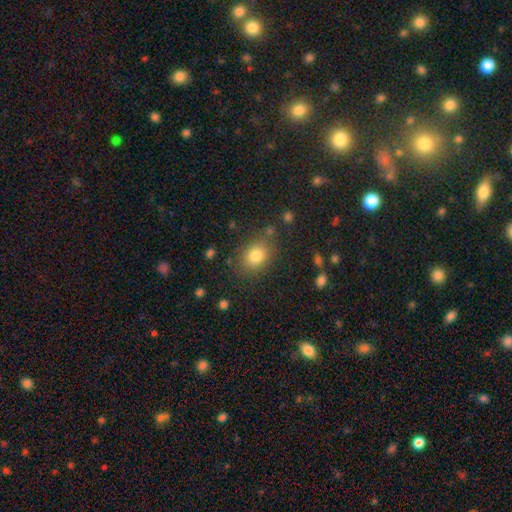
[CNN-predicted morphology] This appears to be a smooth galaxy with no disk features (80%) that is in between round and cigar-shaped (54%). Merging: none (80%).